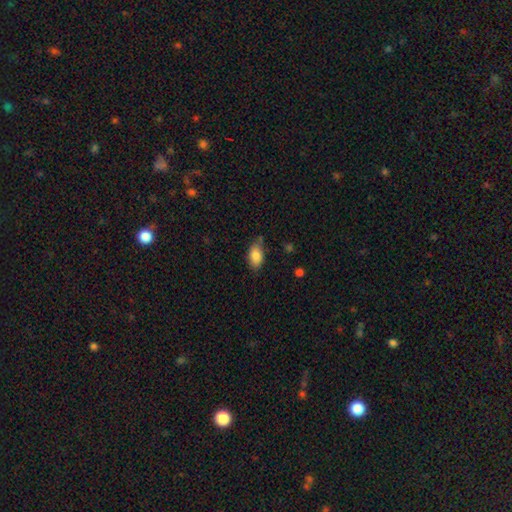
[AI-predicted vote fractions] Smooth or featured? smooth (86%)
How rounded? in between (92%)
Merging? none (70%)